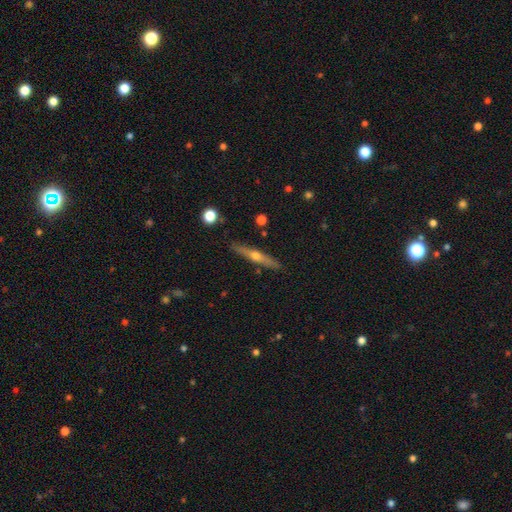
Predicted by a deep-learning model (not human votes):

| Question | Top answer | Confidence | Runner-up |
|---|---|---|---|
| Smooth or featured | featured or disk | 68% | smooth (26%) |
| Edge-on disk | yes | 96% | no (4%) |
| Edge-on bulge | rounded | 89% | none (9%) |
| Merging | none | 89% | minor disturbance (7%) |